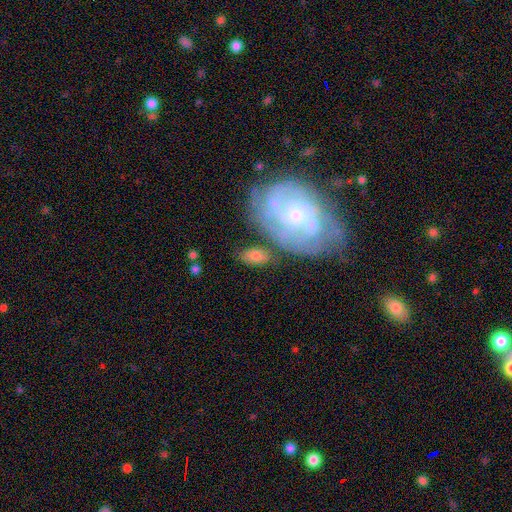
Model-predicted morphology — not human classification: This is possibly a smooth galaxy (59%). How rounded: clearly in between (90%). Merging: likely none (64%).